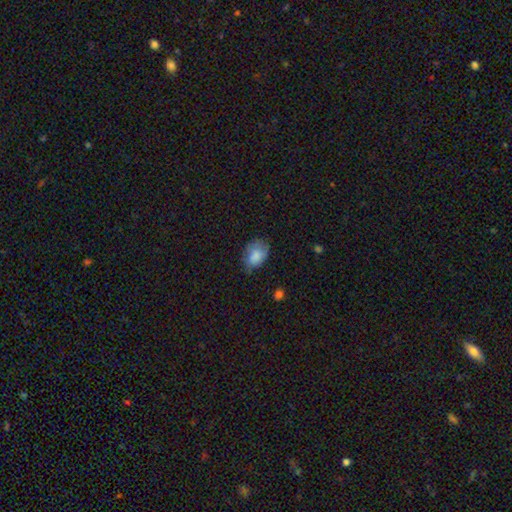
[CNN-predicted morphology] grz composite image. It shows a smooth galaxy with no disk features (83%) that is in between round and cigar-shaped (79%). Merging: none (57%).